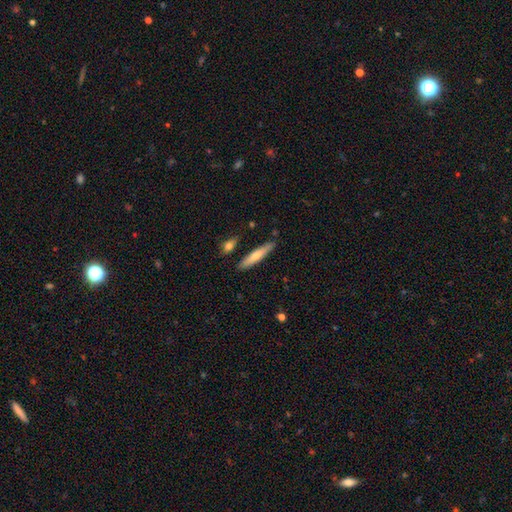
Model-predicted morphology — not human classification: type=smooth (62%); roundness=cigar-shaped (88%); merging=none (84%).